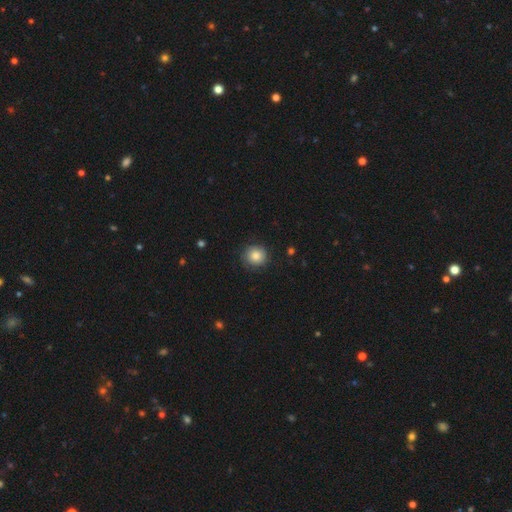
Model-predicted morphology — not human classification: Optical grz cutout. It shows a smooth galaxy with no disk features (78%) that is round (92%). Merging: none (80%).